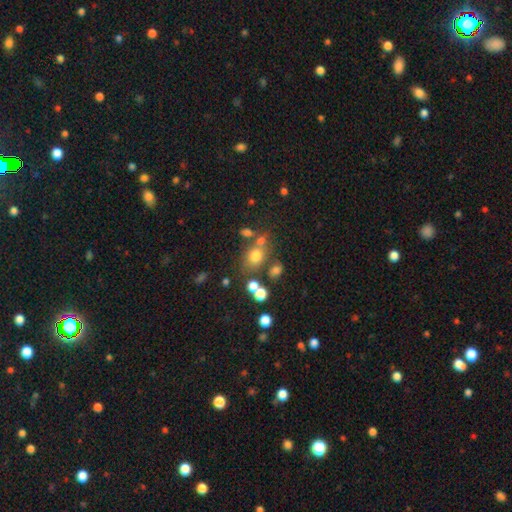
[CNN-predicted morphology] smooth 69%, star or artifact 19%, featured or disk 12%. Down the decision tree: how rounded — round (59%); merging — none (58%).